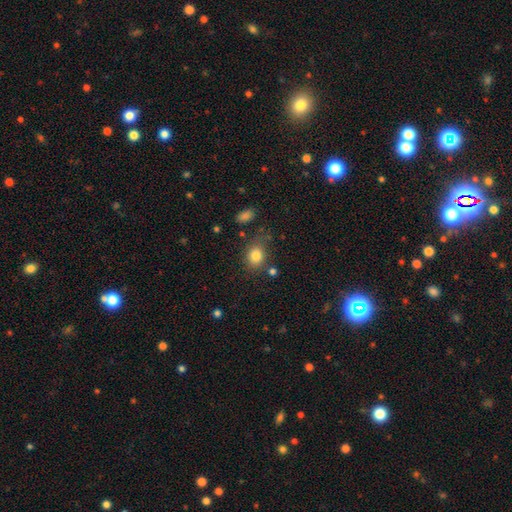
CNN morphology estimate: smooth-or-featured: smooth: 82% | star or artifact: 10% | featured or disk: 7%
  how-rounded: round: 50% | in between: 48% | cigar-shaped: 1%
  merging: none: 66% | minor disturbance: 20% | major disturbance: 8% | merger: 6%